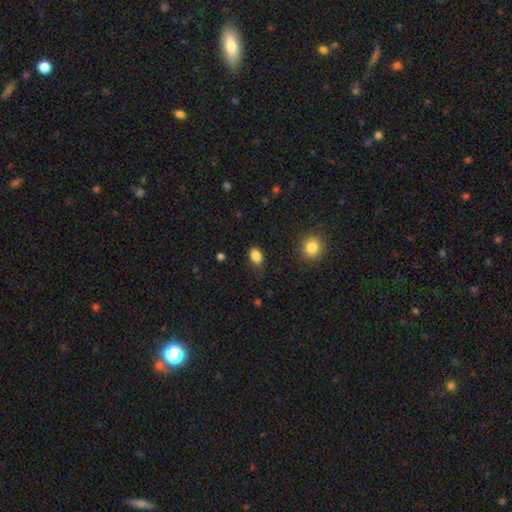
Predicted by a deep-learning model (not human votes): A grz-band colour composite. It shows a smooth galaxy with no disk features (86%) that is in between round and cigar-shaped (82%). Merging: none (71%).